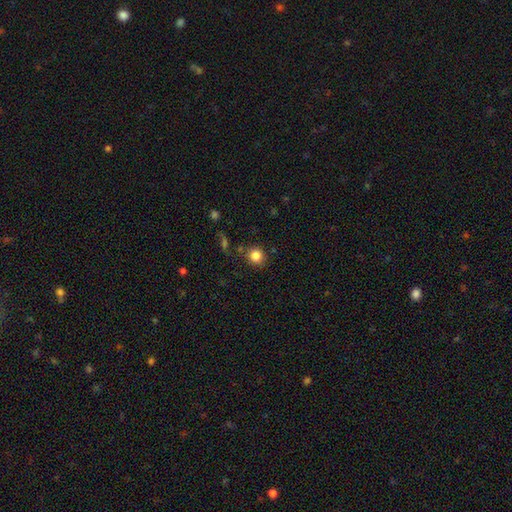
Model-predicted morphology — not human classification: Smooth or featured?
  - smooth: 84% *
  - star or artifact: 11%
  - featured or disk: 5%
How rounded?
  - round: 86% *
  - in between: 13%
  - cigar-shaped: 1%
Merging?
  - none: 83% *
  - minor disturbance: 10%
  - merger: 4%
  - major disturbance: 3%